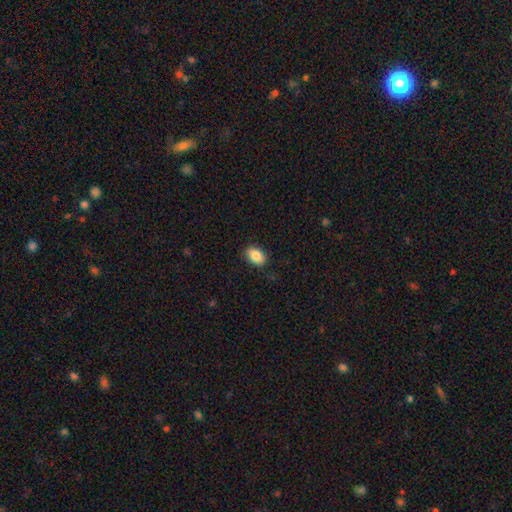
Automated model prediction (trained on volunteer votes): A smooth galaxy with no disk features (86%) that is in between round and cigar-shaped (87%). Merging: none (87%).